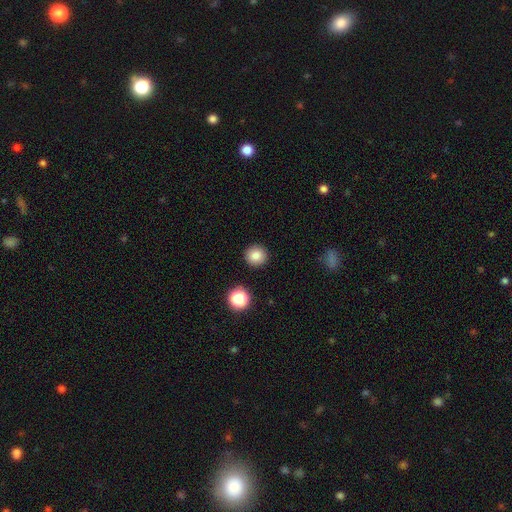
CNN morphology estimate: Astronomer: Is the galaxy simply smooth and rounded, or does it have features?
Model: smooth — 83%.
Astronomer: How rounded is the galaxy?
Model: round — 94%.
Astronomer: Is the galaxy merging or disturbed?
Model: none — 91%.